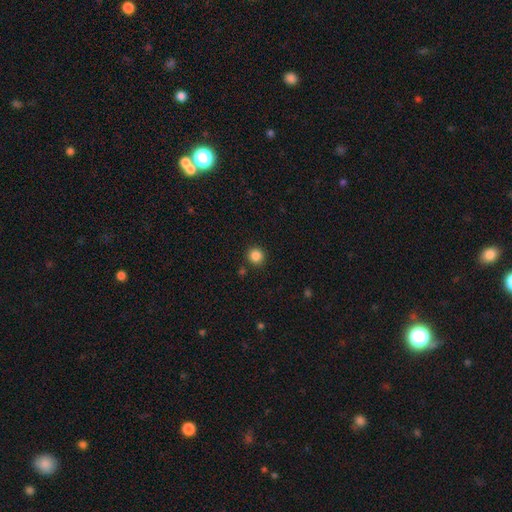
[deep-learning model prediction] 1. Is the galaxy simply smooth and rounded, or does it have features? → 86% smooth, 11% star or artifact, 4% featured or disk.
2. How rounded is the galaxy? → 93% round, 6% in between, 1% cigar-shaped.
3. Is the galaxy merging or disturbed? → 89% none, 6% minor disturbance, 3% merger, 2% major disturbance.